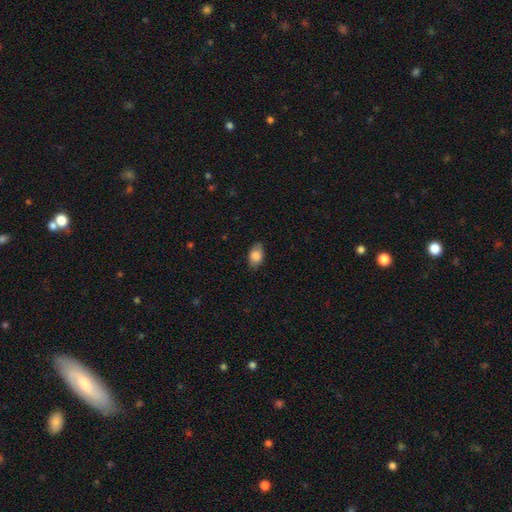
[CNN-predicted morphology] Q: Smooth or featured?
A: smooth (83%); runner-up: featured or disk (10%)
Q: How rounded?
A: in between (89%); runner-up: round (9%)
Q: Merging?
A: none (81%); runner-up: minor disturbance (15%)